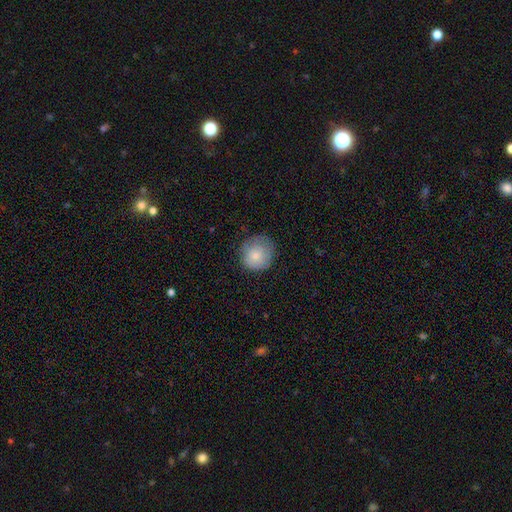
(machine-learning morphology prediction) Q: Smooth or featured?
A: smooth (82%); runner-up: featured or disk (11%)
Q: How rounded?
A: round (88%); runner-up: in between (11%)
Q: Merging?
A: none (74%); runner-up: minor disturbance (20%)